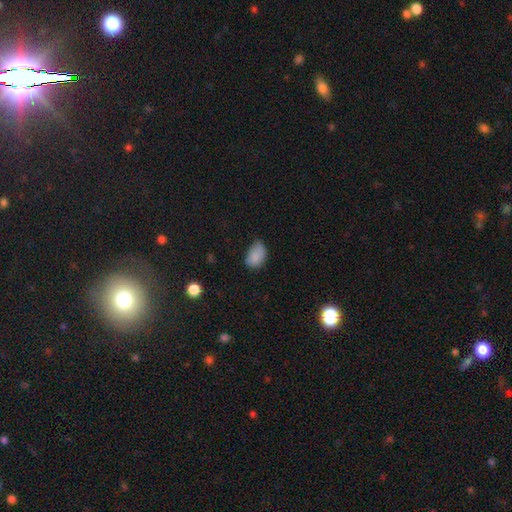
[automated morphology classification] The model was most divided on "merging": none: 48%, minor disturbance: 41%, major disturbance: 8%, merger: 2%. More confident: smooth or featured — smooth (85%); how rounded — in between (85%).